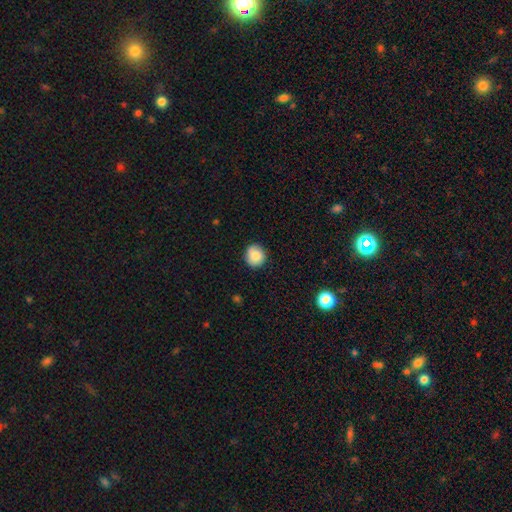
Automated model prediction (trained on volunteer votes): This appears to be a smooth galaxy with no disk features (81%) that is round (87%). Merging: none (84%).